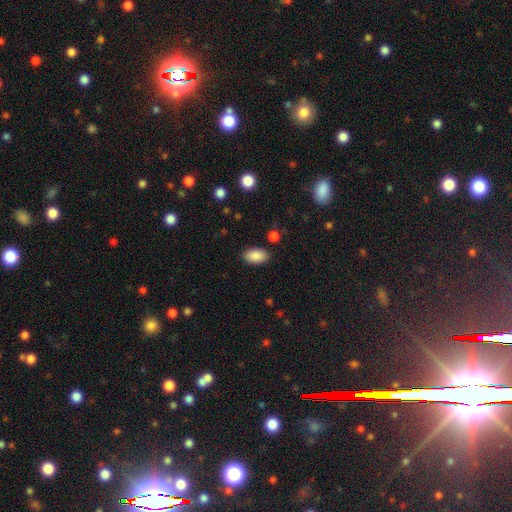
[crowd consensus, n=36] This appears to be a smooth galaxy with no disk features (94%) that is in between round and cigar-shaped (91%). Merging: none (91%).